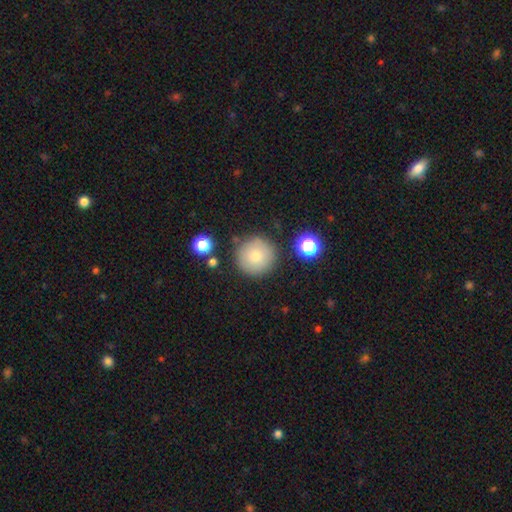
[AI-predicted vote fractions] Smooth or featured?
  - smooth: 77% *
  - featured or disk: 13%
  - star or artifact: 10%
How rounded?
  - round: 96% *
  - in between: 3%
  - cigar-shaped: 1%
Merging?
  - none: 84% *
  - minor disturbance: 9%
  - merger: 4%
  - major disturbance: 3%